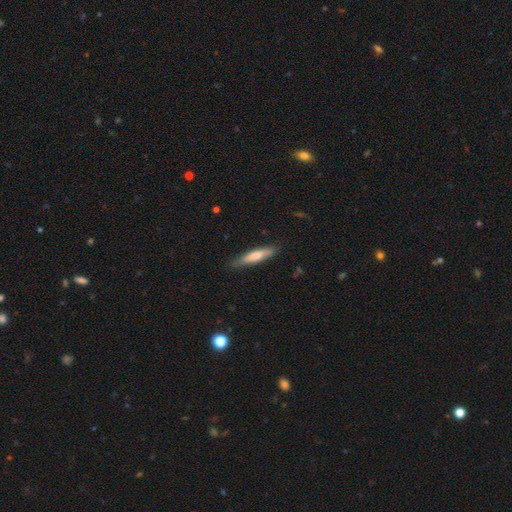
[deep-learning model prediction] smooth 71%, featured or disk 24%, star or artifact 5%. Down the decision tree: how rounded — cigar-shaped (84%); merging — none (82%).